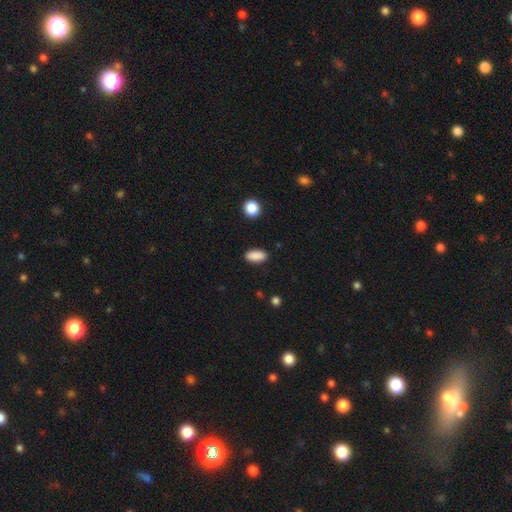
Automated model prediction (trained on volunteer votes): This appears to be a smooth galaxy with no disk features (89%) that is in between round and cigar-shaped (88%). Merging: none (88%).